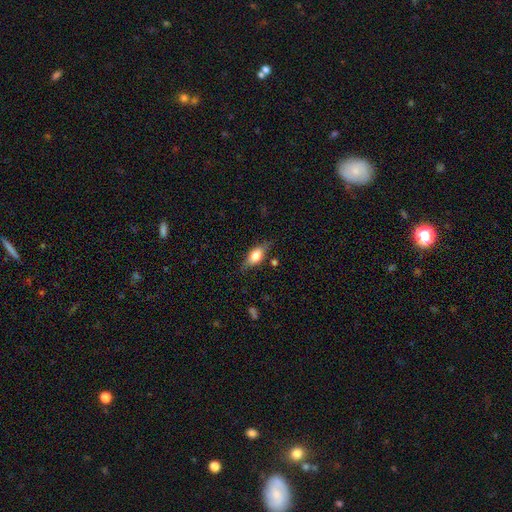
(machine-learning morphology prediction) Smooth or featured: smooth — 64% (featured or disk — 29%)
How rounded: in between — 78% (cigar-shaped — 15%)
Merging: none — 73% (minor disturbance — 19%)